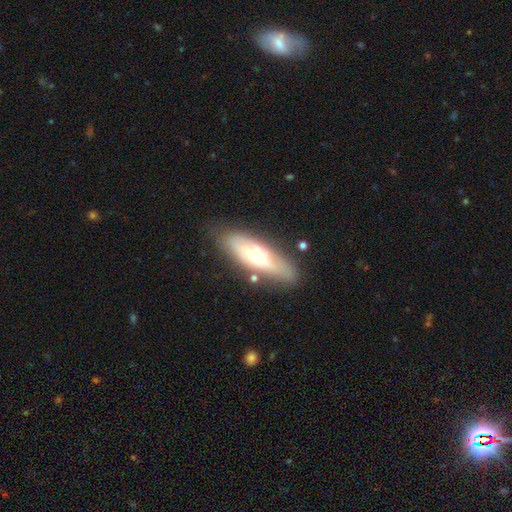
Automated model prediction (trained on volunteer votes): Smooth or featured? Predicted: featured or disk (p=0.47). Merging? Predicted: none (p=0.74).